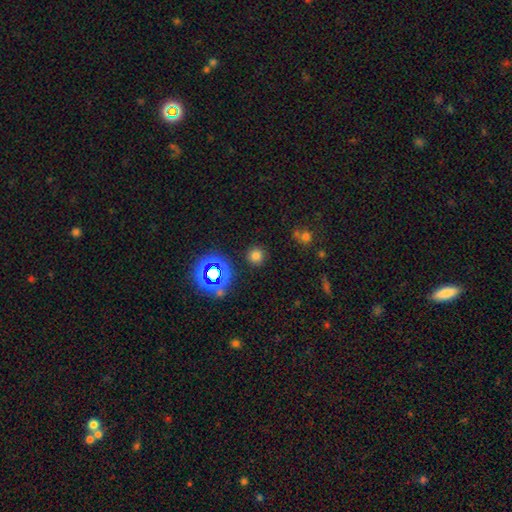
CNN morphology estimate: smooth-or-featured: smooth: 71% | star or artifact: 23% | featured or disk: 6%
  how-rounded: round: 93% | in between: 6% | cigar-shaped: 1%
  merging: none: 87% | minor disturbance: 7% | major disturbance: 3% | merger: 2%